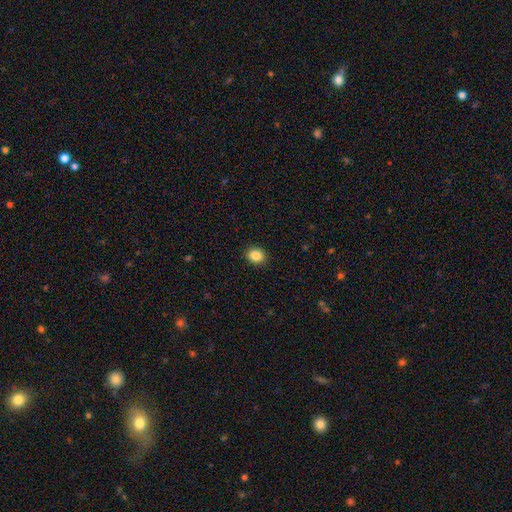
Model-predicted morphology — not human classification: Smooth or featured? smooth (86%)
How rounded? round (66%)
Merging? none (91%)